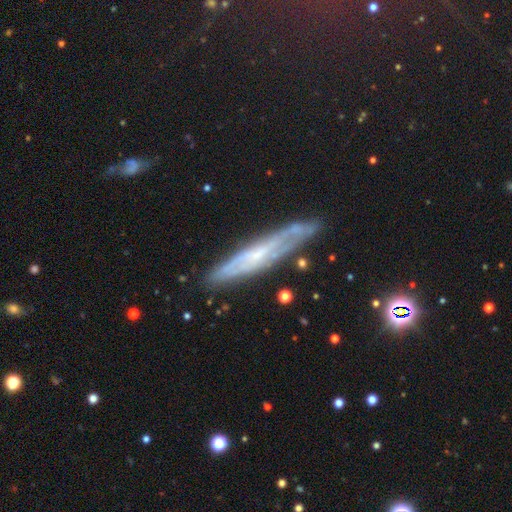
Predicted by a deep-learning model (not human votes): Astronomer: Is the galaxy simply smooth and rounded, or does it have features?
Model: featured or disk — 65%.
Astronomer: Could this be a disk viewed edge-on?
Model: yes — 68%.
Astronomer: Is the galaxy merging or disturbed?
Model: none — 76%.